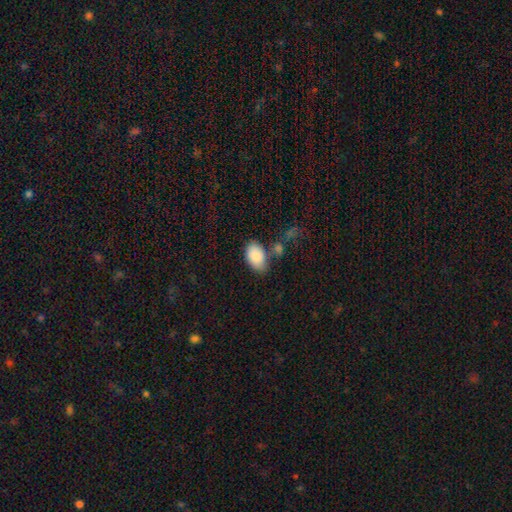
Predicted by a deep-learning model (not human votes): smooth-or-featured: smooth: 87% | star or artifact: 7% | featured or disk: 6%
  how-rounded: in between: 92% | round: 7% | cigar-shaped: 1%
  merging: none: 64% | minor disturbance: 20% | merger: 10% | major disturbance: 6%